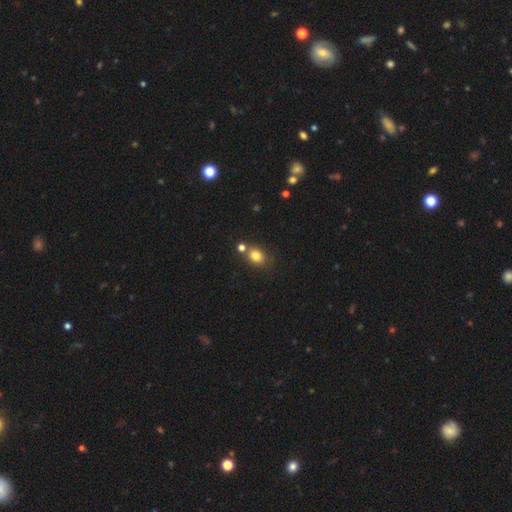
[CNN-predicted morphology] A smooth galaxy with no disk features (80%) that is round (55%).

Vote fractions:
- Smooth or featured? smooth: 80% / star or artifact: 12% / featured or disk: 8%
- How rounded? round: 55% / in between: 44% / cigar-shaped: 1%
- Merging? none: 66% / merger: 19% / minor disturbance: 12% / major disturbance: 4%